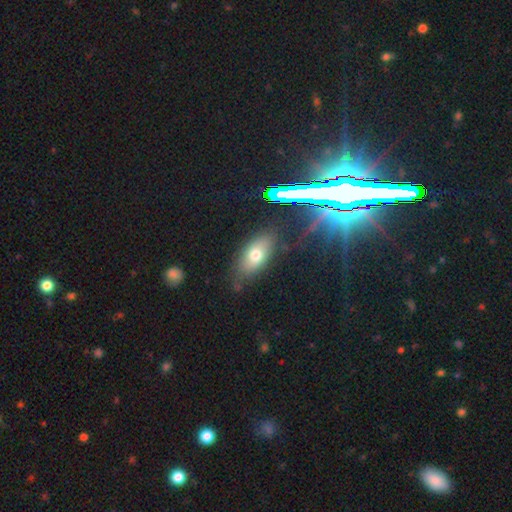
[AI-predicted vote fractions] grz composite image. It shows a smooth galaxy with no disk features (68%) that is in between round and cigar-shaped (85%). Merging: none (76%).